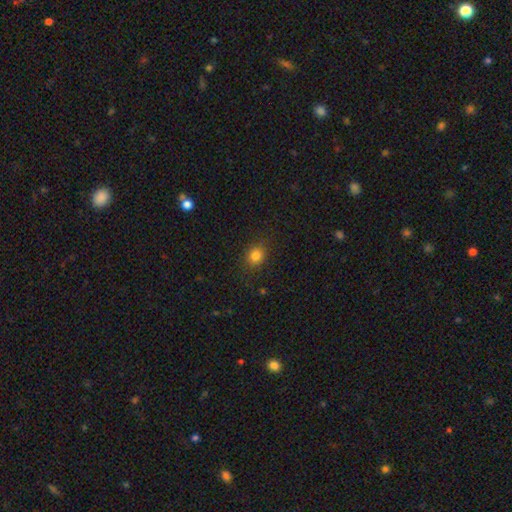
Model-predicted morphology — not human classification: smooth-or-featured: smooth: 81% | star or artifact: 13% | featured or disk: 6%
  how-rounded: round: 72% | in between: 27% | cigar-shaped: 1%
  merging: none: 86% | minor disturbance: 10% | major disturbance: 3% | merger: 1%